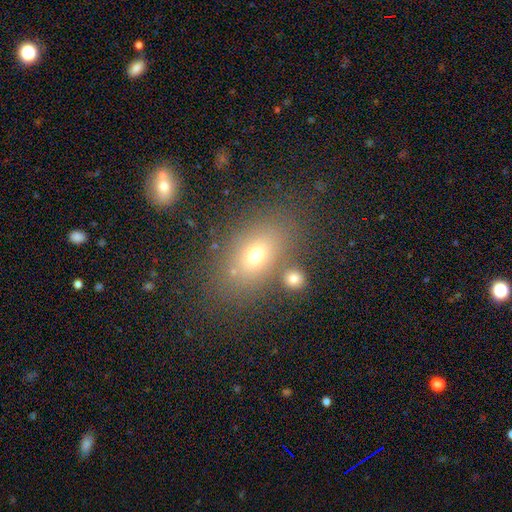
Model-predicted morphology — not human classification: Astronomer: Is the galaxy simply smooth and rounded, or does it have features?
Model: smooth — 67%.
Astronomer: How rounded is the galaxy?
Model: in between — 80%.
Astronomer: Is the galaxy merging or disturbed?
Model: none — 73%.